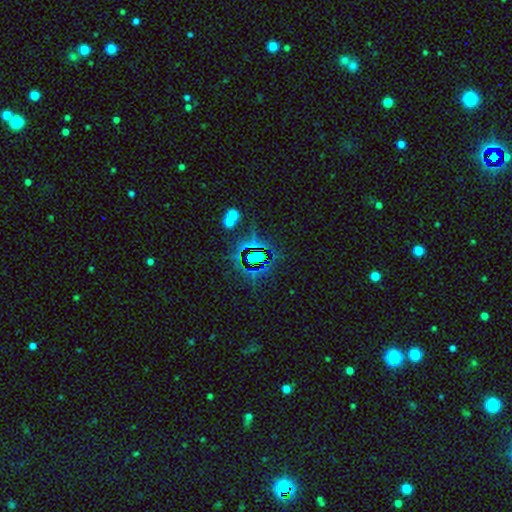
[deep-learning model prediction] Smooth or featured: star or artifact — 73% (smooth — 16%)